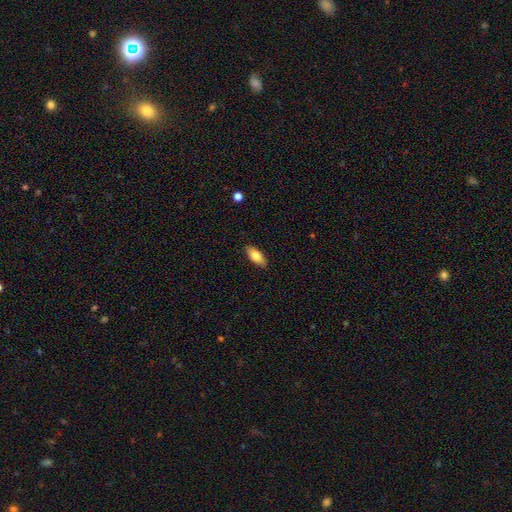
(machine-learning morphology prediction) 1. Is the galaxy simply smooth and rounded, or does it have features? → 80% smooth, 13% featured or disk, 6% star or artifact.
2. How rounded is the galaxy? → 85% in between, 13% cigar-shaped, 3% round.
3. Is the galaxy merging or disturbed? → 88% none, 9% minor disturbance, 2% major disturbance, 1% merger.